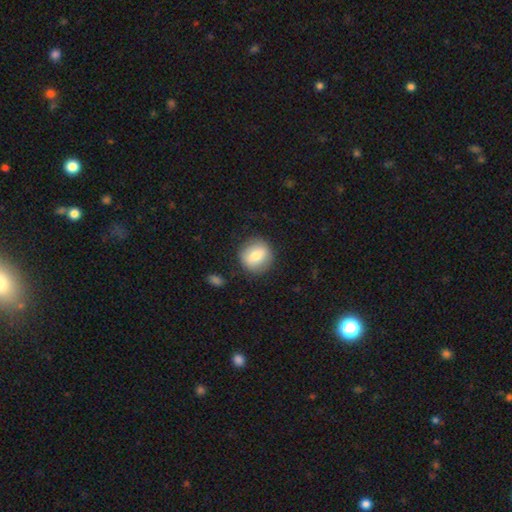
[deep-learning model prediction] smooth-or-featured: smooth: 72% | featured or disk: 21% | star or artifact: 8%
  how-rounded: round: 88% | in between: 11% | cigar-shaped: 1%
  merging: none: 87% | minor disturbance: 9% | major disturbance: 3% | merger: 1%